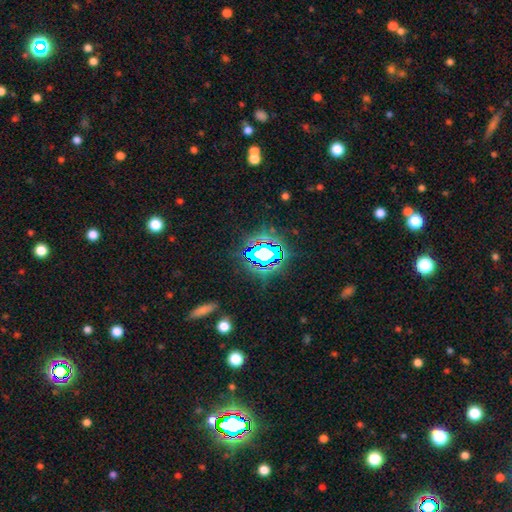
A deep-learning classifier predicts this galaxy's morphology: This appears to be a star or artifact, not a galaxy (70%).